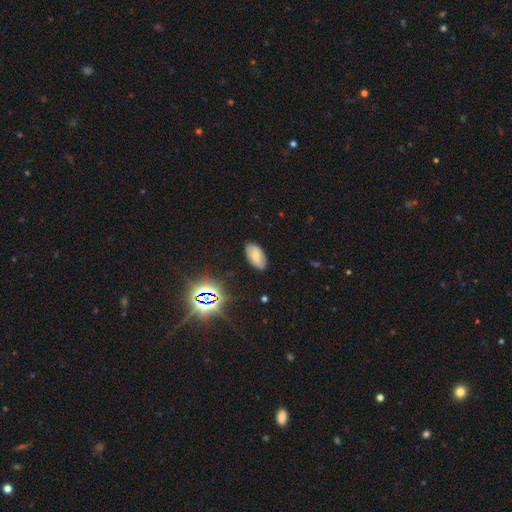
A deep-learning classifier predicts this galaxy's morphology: smooth 59%, featured or disk 27%, star or artifact 14%. Down the decision tree: how rounded — in between (93%); merging — none (83%).